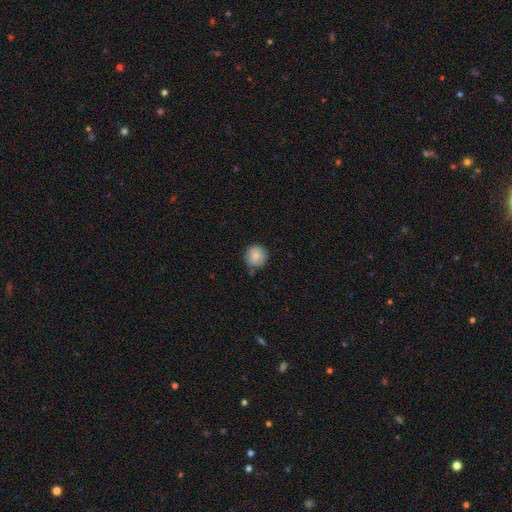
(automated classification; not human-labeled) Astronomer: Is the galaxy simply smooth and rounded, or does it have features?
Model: smooth — 82%.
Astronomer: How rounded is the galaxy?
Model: round — 94%.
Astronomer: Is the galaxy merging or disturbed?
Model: none — 79%.